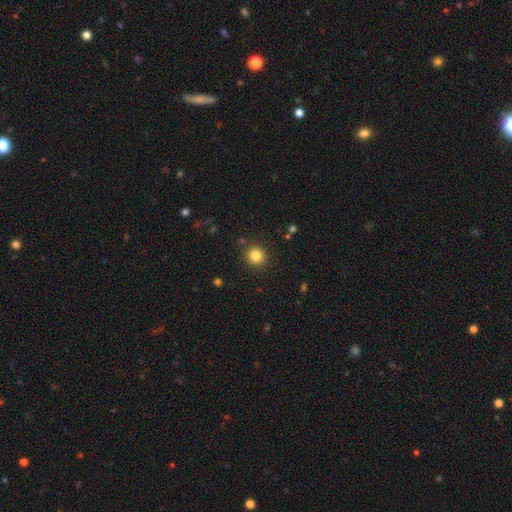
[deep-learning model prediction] Smooth or featured?
  - smooth: 83% *
  - star or artifact: 12%
  - featured or disk: 6%
How rounded?
  - round: 92% *
  - in between: 7%
  - cigar-shaped: 1%
Merging?
  - none: 89% *
  - minor disturbance: 7%
  - major disturbance: 2%
  - merger: 2%